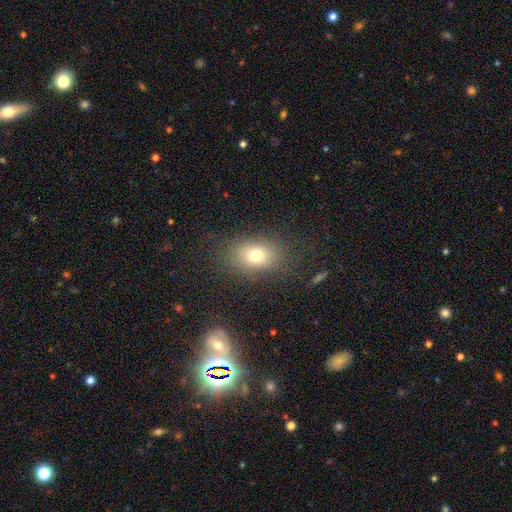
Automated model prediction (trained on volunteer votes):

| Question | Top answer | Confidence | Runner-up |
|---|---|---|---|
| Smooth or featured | smooth | 73% | star or artifact (14%) |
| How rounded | in between | 68% | round (31%) |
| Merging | none | 79% | minor disturbance (12%) |